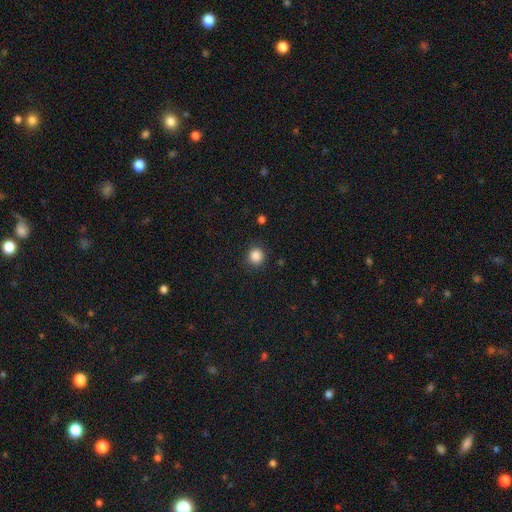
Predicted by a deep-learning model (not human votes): smooth-or-featured: smooth: 86% | star or artifact: 11% | featured or disk: 3%
  how-rounded: round: 93% | in between: 6% | cigar-shaped: 1%
  merging: none: 89% | minor disturbance: 7% | major disturbance: 2% | merger: 1%